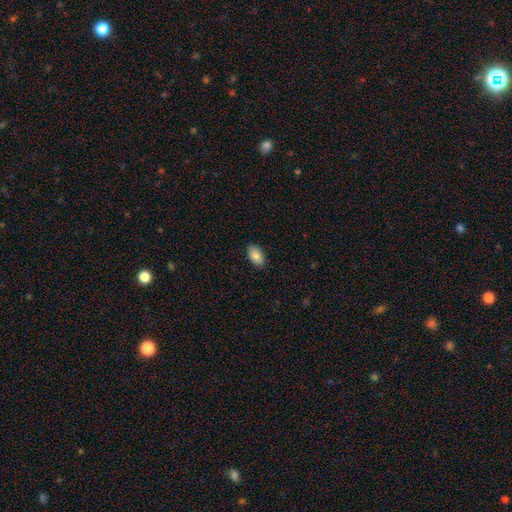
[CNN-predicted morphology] Smooth or featured?
  - smooth: 86% *
  - star or artifact: 7%
  - featured or disk: 7%
How rounded?
  - in between: 93% *
  - round: 5%
  - cigar-shaped: 2%
Merging?
  - none: 88% *
  - minor disturbance: 9%
  - major disturbance: 2%
  - merger: 1%